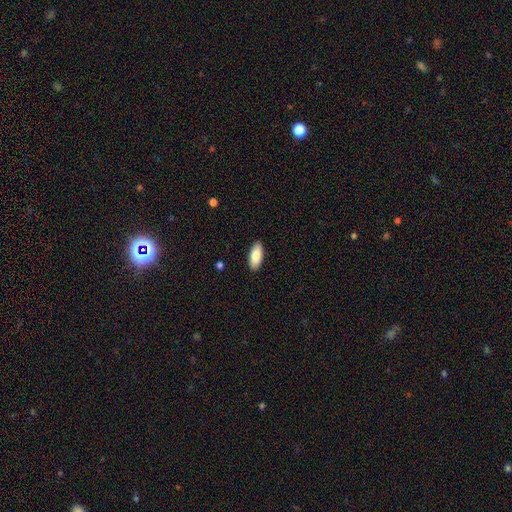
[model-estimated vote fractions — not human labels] The model was most divided on "how rounded": in between: 87%, cigar-shaped: 11%, round: 2%. More confident: merging — none (90%); smooth or featured — smooth (87%).